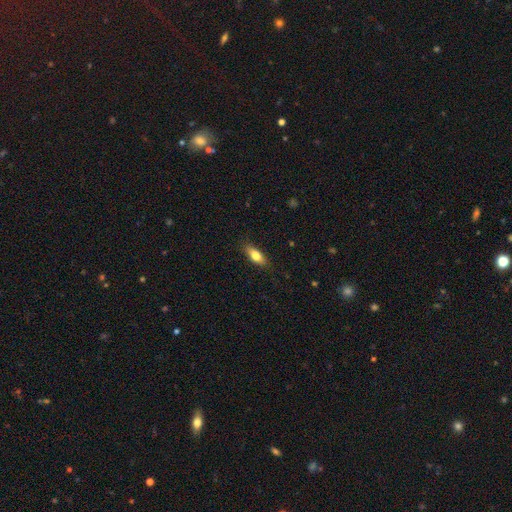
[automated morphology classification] type=smooth (71%); roundness=in between (67%); merging=none (85%).